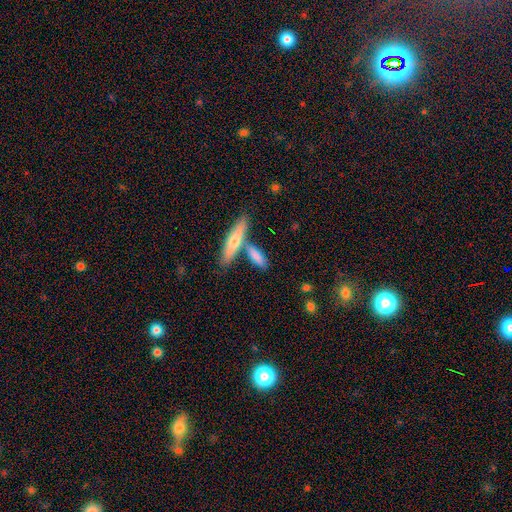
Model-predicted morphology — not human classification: smooth_or_featured: smooth (p=0.71) [alt: featured or disk p=0.23]
how_rounded: cigar-shaped (p=0.60) [alt: in between p=0.37]
merging: none (p=0.54) [alt: merger p=0.31]